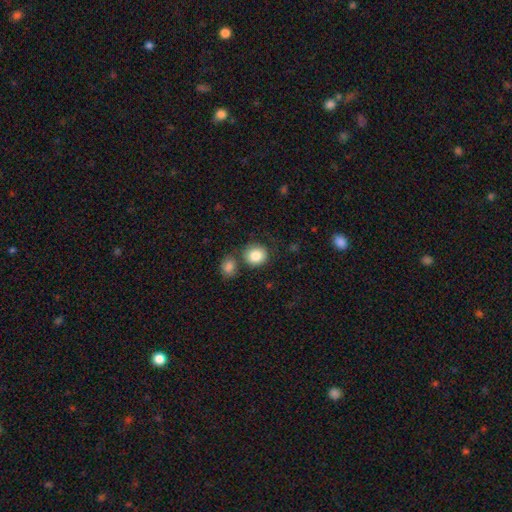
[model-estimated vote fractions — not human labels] Smooth or featured? smooth (86%)
How rounded? round (84%)
Merging? none (67%)